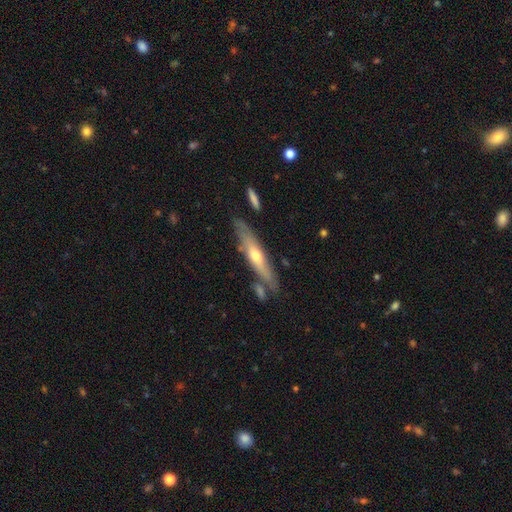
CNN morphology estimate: This is possibly a featured or disk galaxy (59%). It is clearly viewed edge-on (81%). Merging: likely none (75%).